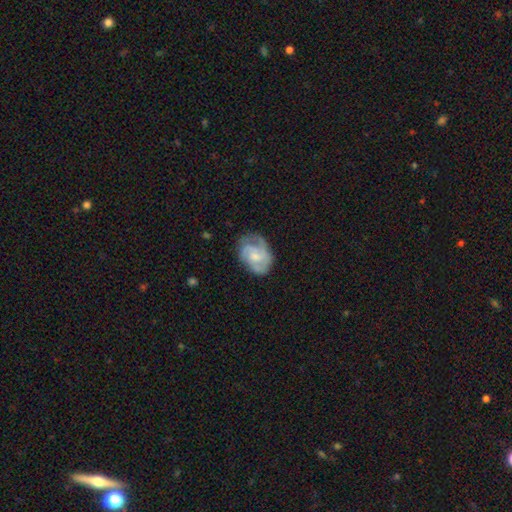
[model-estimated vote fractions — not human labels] Smooth or featured: featured or disk — 75% (smooth — 20%)
Edge-on disk: no — 98% (yes — 2%)
Bar: no — 57% (weak — 38%)
Spiral arms: yes — 93% (no — 7%)
Spiral winding: medium — 44% (tight — 42%)
Spiral arm count: 2 — 35% (3 — 32%)
Bulge size: small — 46% (moderate — 41%)
Merging: none — 60% (minor disturbance — 26%)